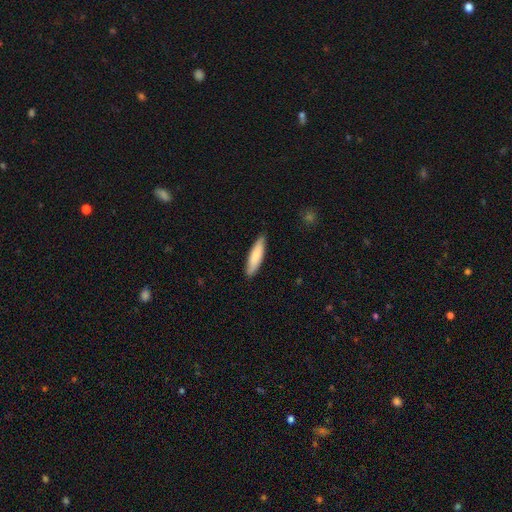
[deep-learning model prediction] Smooth or featured? smooth (80%)
How rounded? cigar-shaped (71%)
Merging? none (87%)